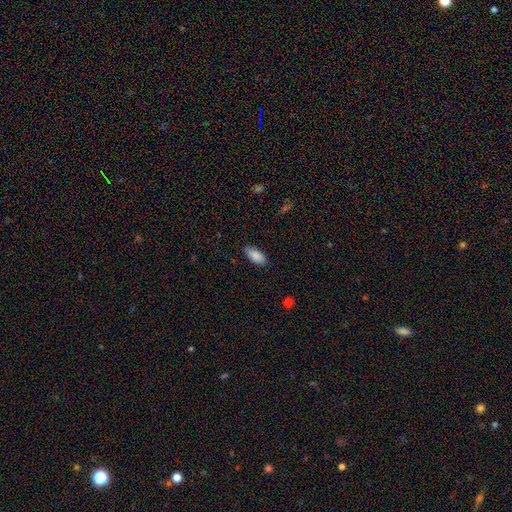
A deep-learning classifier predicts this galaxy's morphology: Overall: smooth (89%). How rounded: in between (90%). Merging: none (86%).